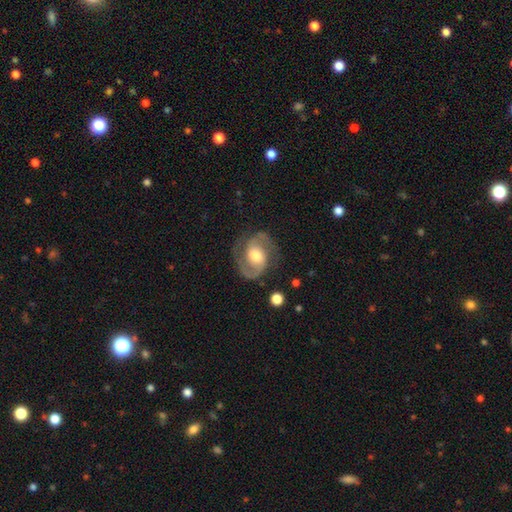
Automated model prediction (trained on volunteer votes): Smooth or featured? featured or disk (86%)
Edge-on disk? no (98%)
Bar? no (46%)
Spiral arms? yes (96%)
Spiral winding? medium (56%)
Spiral arm count? 2 (91%)
Bulge size? moderate (67%)
Merging? none (76%)